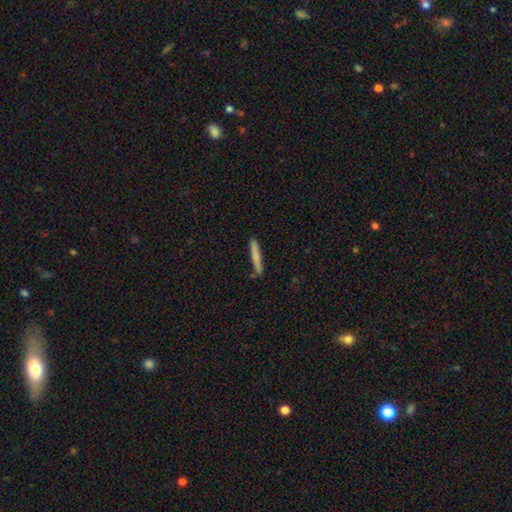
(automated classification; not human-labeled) Smooth or featured: smooth — 76% (featured or disk — 18%)
How rounded: cigar-shaped — 95% (in between — 3%)
Merging: none — 84% (minor disturbance — 11%)